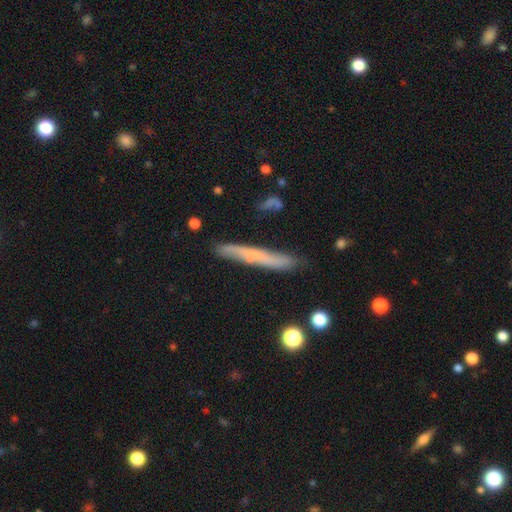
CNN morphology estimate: Smooth or featured? Predicted: smooth (p=0.51). How rounded? Predicted: cigar-shaped (p=0.95). Merging? Predicted: none (p=0.79).